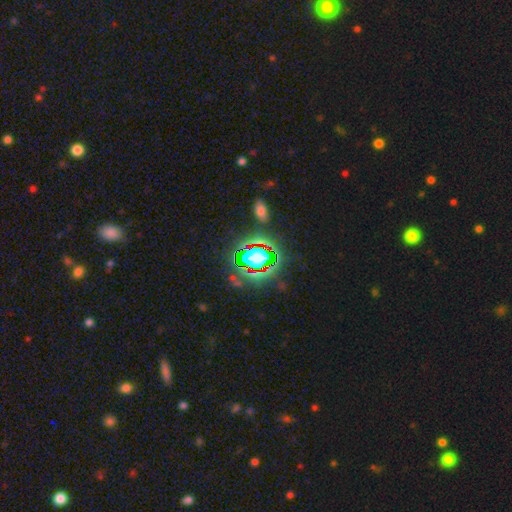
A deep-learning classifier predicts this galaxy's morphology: smooth-or-featured: star or artifact: 77% | smooth: 13% | featured or disk: 10%